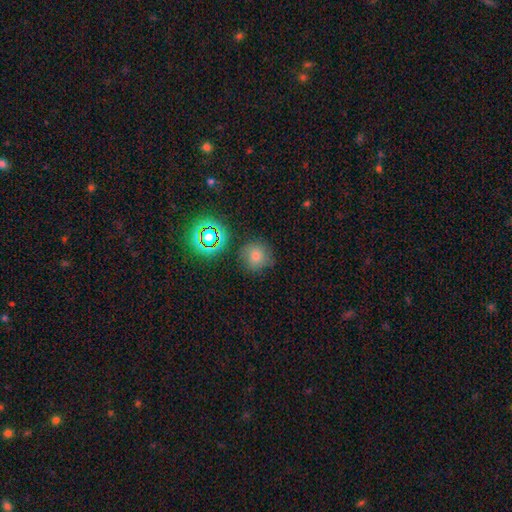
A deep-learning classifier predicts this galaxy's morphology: Q: Smooth or featured?
A: smooth (65%); runner-up: star or artifact (25%)
Q: How rounded?
A: round (90%); runner-up: in between (9%)
Q: Merging?
A: none (80%); runner-up: minor disturbance (13%)